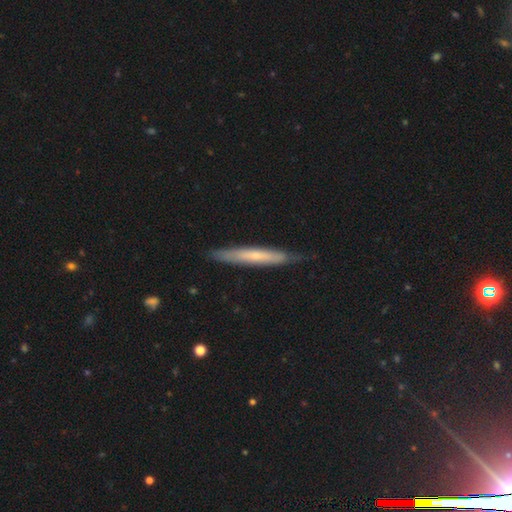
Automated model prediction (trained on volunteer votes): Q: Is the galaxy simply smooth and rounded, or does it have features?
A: smooth — 50%.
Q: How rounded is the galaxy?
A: cigar-shaped — 95%.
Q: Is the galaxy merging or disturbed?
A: none — 81%.